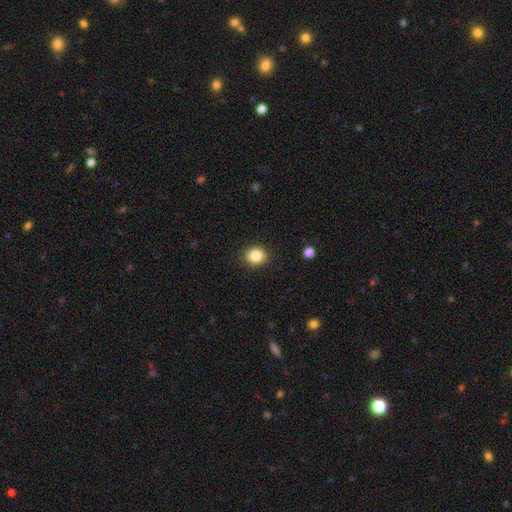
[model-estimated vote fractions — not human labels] Overall: smooth (84%). How rounded: round (73%). Merging: none (90%).